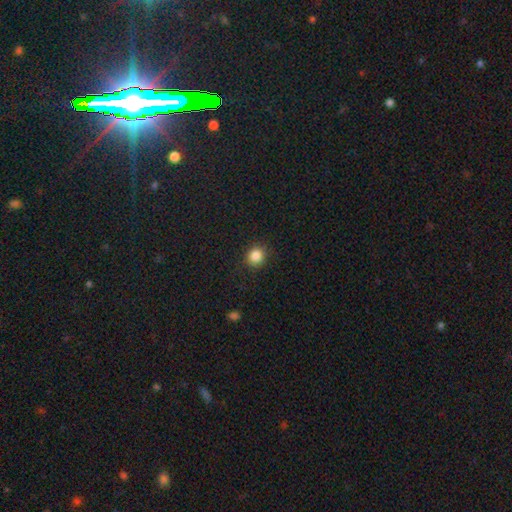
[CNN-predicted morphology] smooth-or-featured: smooth: 86% | star or artifact: 11% | featured or disk: 4%
  how-rounded: round: 85% | in between: 14% | cigar-shaped: 1%
  merging: none: 89% | minor disturbance: 8% | major disturbance: 3% | merger: 1%